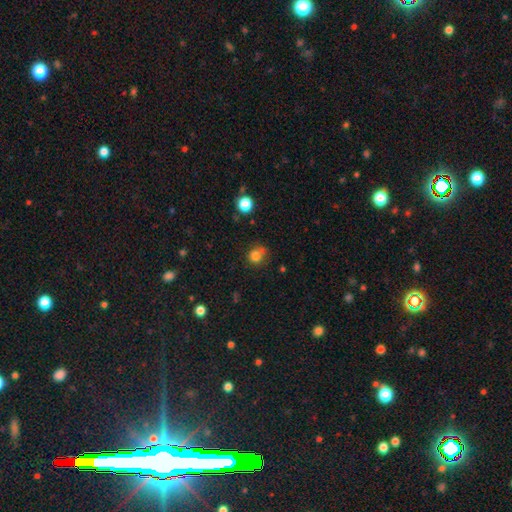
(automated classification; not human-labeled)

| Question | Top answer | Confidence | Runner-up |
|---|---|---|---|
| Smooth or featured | smooth | 80% | star or artifact (14%) |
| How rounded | round | 86% | in between (13%) |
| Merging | none | 61% | minor disturbance (16%) |